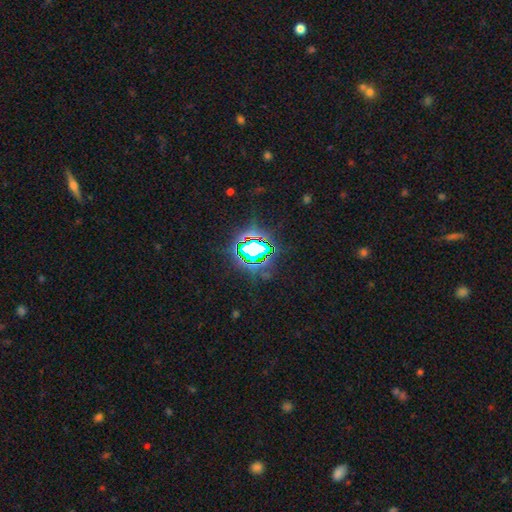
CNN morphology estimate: smooth_or_featured: star or artifact (p=0.81) [alt: smooth p=0.11]